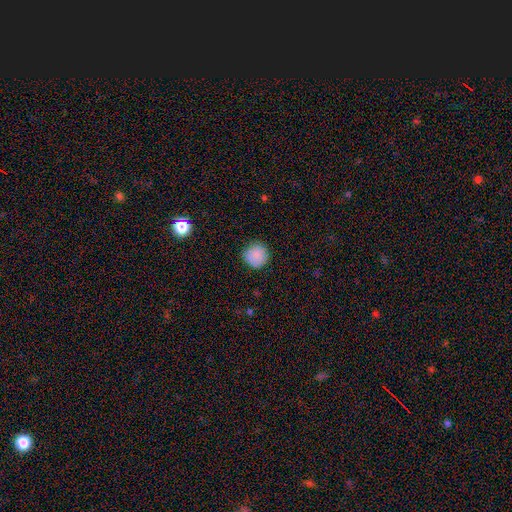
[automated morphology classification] The model was most divided on "merging": none: 86%, minor disturbance: 10%, major disturbance: 2%, merger: 1%. More confident: how rounded — round (94%); smooth or featured — smooth (86%).